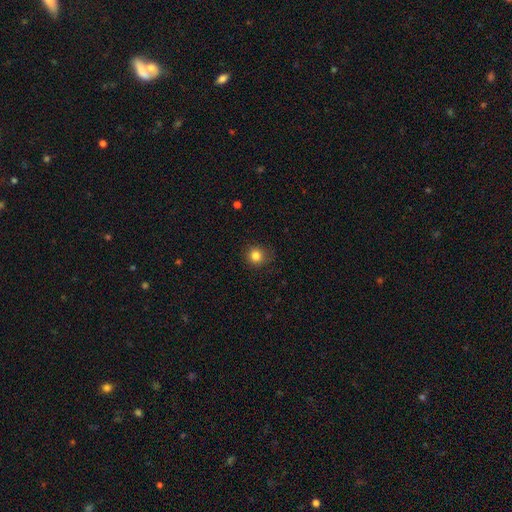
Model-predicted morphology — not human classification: Smooth or featured? Predicted: smooth (p=0.83). How rounded? Predicted: round (p=0.91). Merging? Predicted: none (p=0.86).